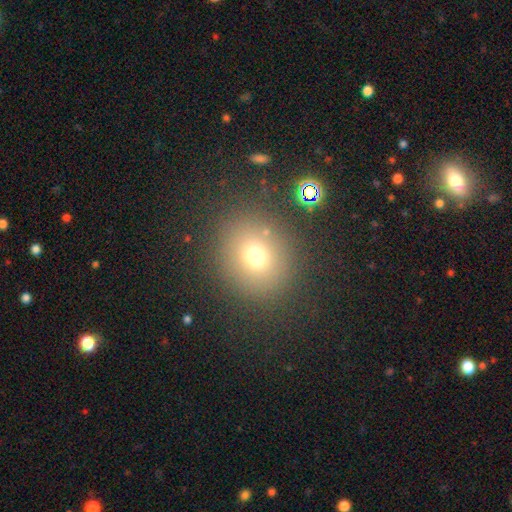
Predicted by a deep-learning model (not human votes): A smooth galaxy with no disk features (68%) that is round (75%).

Vote fractions:
- Smooth or featured? smooth: 68% / star or artifact: 20% / featured or disk: 12%
- How rounded? round: 75% / in between: 24% / cigar-shaped: 1%
- Merging? none: 83% / minor disturbance: 9% / major disturbance: 4% / merger: 4%